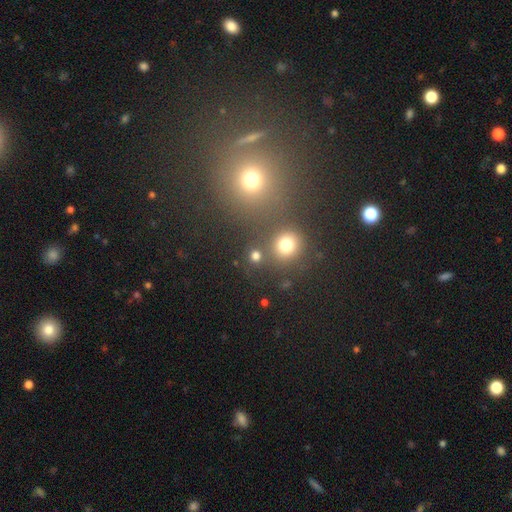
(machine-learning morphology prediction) type=smooth (73%); roundness=round (88%); merging=none (75%).